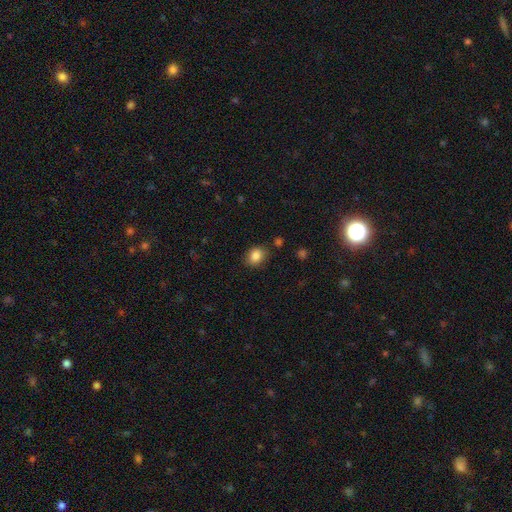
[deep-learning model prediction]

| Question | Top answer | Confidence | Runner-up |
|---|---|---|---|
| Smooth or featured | smooth | 85% | star or artifact (9%) |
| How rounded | in between | 52% | round (47%) |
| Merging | none | 82% | minor disturbance (13%) |